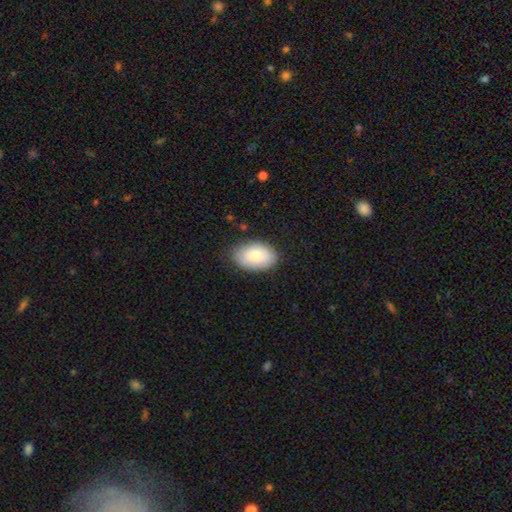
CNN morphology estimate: Overall: smooth (78%). How rounded: in between (91%). Merging: none (80%).